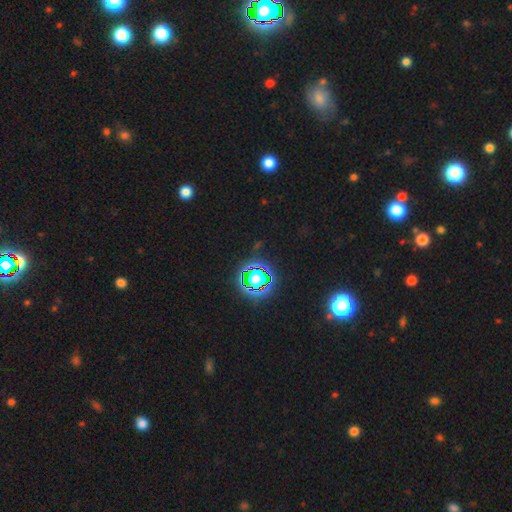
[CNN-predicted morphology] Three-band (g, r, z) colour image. It shows a star or artifact, not a galaxy (80%).